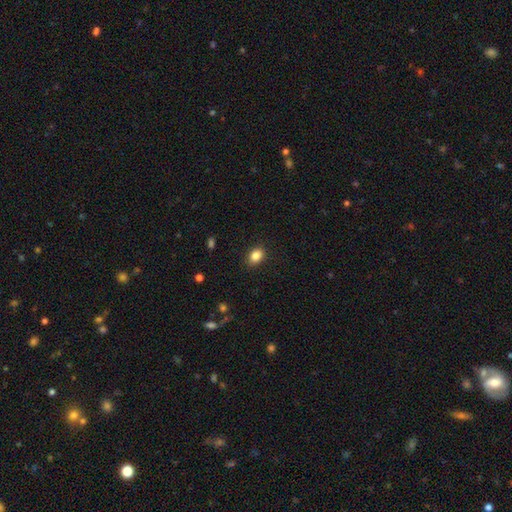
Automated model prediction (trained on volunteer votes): Q: Smooth or featured?
A: smooth (86%); runner-up: star or artifact (9%)
Q: How rounded?
A: in between (69%); runner-up: round (30%)
Q: Merging?
A: none (88%); runner-up: minor disturbance (9%)